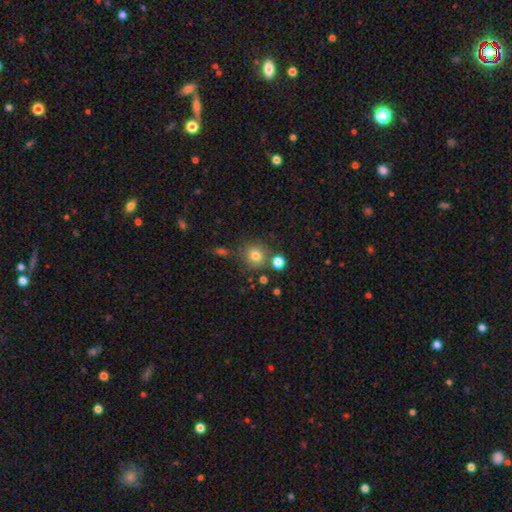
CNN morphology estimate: Overall: smooth (77%). How rounded: round (90%). Merging: none (74%).